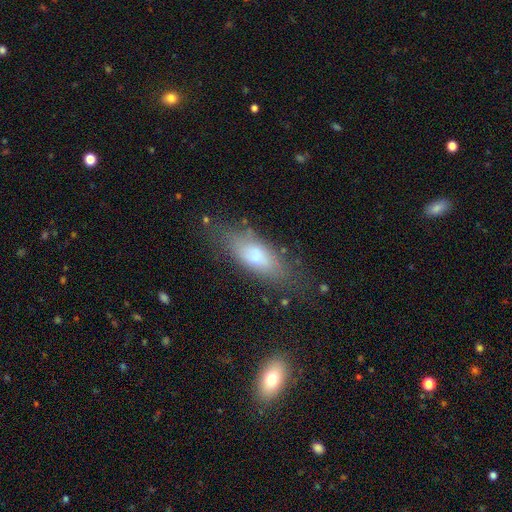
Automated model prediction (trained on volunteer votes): Morphology: type=smooth (68%); roundness=in between (69%); merging=none (69%).